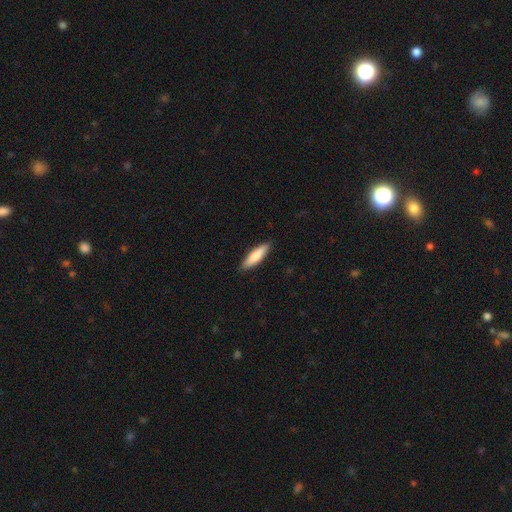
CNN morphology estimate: This is likely a smooth galaxy (78%). How rounded: likely cigar-shaped (68%). Merging: clearly none (89%).